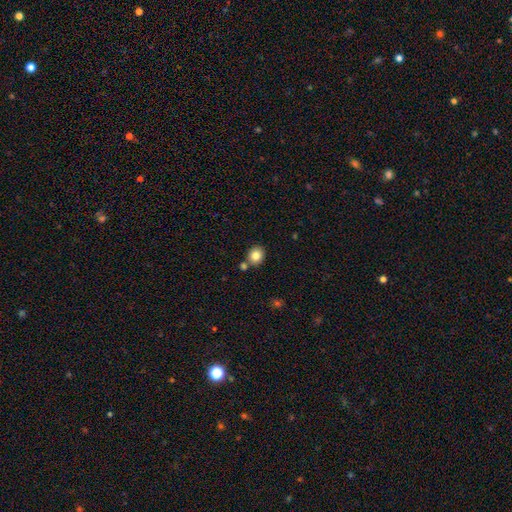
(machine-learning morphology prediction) The model was most divided on "how rounded": round: 71%, in between: 28%, cigar-shaped: 1%. More confident: smooth or featured — smooth (83%); merging — none (74%).